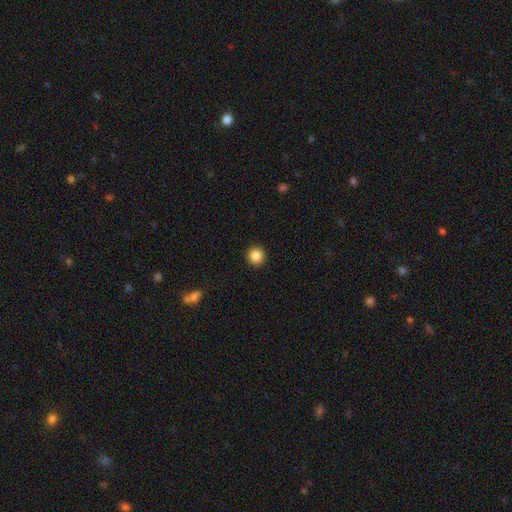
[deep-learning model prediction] smooth 86%, star or artifact 10%, featured or disk 4%. Down the decision tree: how rounded — round (94%); merging — none (93%).